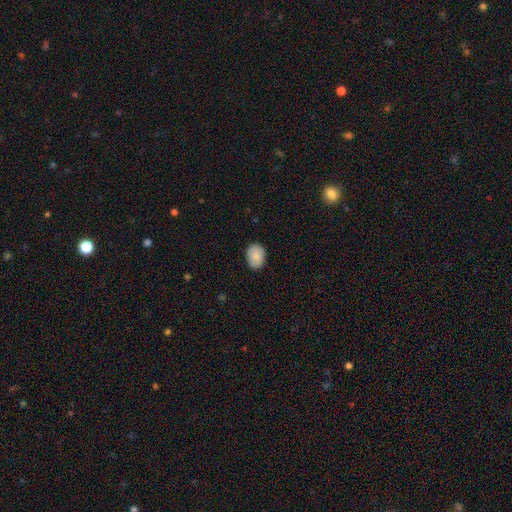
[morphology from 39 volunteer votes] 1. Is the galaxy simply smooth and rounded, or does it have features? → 92% smooth, 5% featured or disk, 3% star or artifact.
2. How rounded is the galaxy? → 69% in between, 31% round, 0% cigar-shaped.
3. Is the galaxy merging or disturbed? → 79% none, 13% minor disturbance, 5% major disturbance, 3% merger.